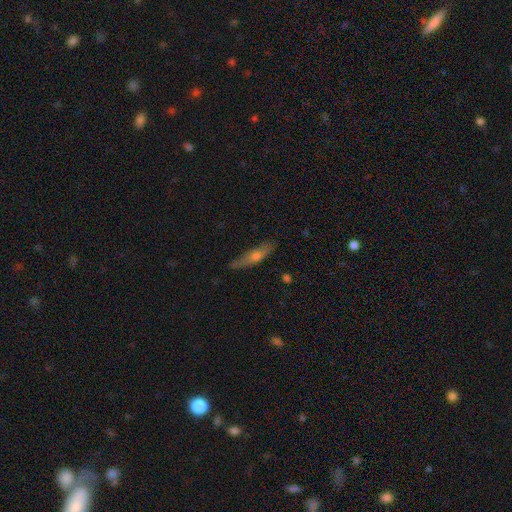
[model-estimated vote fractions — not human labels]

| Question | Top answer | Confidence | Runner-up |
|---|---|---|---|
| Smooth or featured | smooth | 49% | featured or disk (43%) |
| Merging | none | 77% | minor disturbance (18%) |